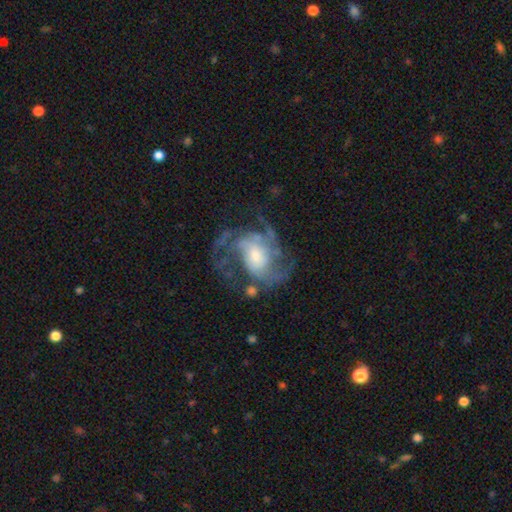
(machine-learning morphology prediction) Q: Smooth or featured?
A: featured or disk (86%); runner-up: smooth (8%)
Q: Edge-on disk?
A: no (98%); runner-up: yes (2%)
Q: Bar?
A: no (57%); runner-up: weak (33%)
Q: Spiral arms?
A: yes (93%); runner-up: no (7%)
Q: Spiral winding?
A: medium (52%); runner-up: tight (26%)
Q: Spiral arm count?
A: 3 (34%); runner-up: 2 (25%)
Q: Bulge size?
A: moderate (41%); tied with: small (41%)
Q: Merging?
A: none (56%); runner-up: major disturbance (24%)